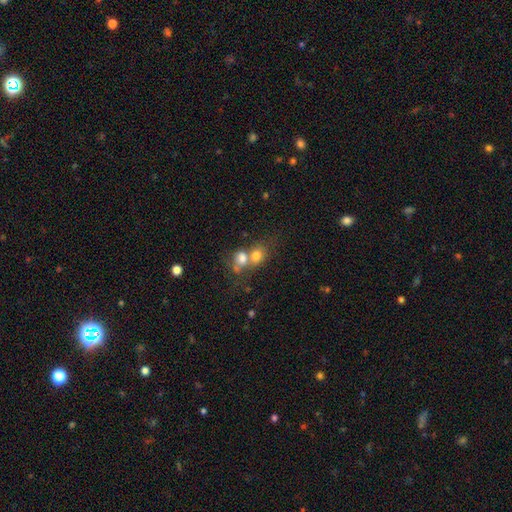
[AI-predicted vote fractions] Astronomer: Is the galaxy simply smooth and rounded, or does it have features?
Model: smooth — 73%.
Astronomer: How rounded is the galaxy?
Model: round — 55% (runner-up: in between, 44%).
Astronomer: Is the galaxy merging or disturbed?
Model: merger — 65%.